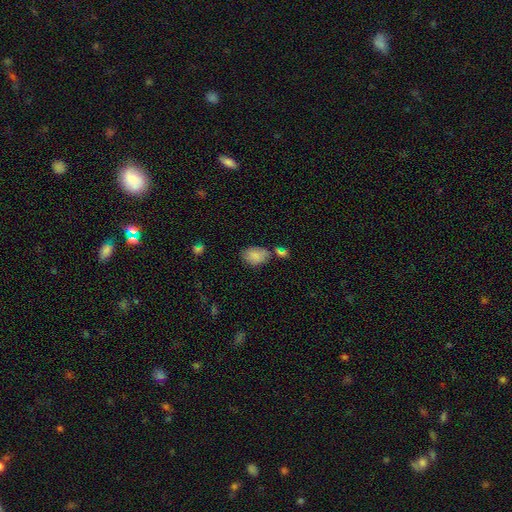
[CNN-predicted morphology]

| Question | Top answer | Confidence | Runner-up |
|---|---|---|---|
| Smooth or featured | smooth | 83% | featured or disk (9%) |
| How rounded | in between | 85% | round (14%) |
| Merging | none | 55% | minor disturbance (23%) |